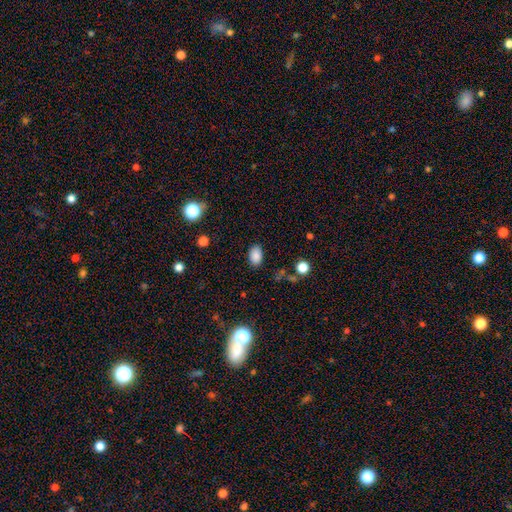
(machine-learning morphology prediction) Smooth or featured: smooth — 86% (star or artifact — 10%)
How rounded: in between — 87% (round — 12%)
Merging: none — 86% (minor disturbance — 10%)